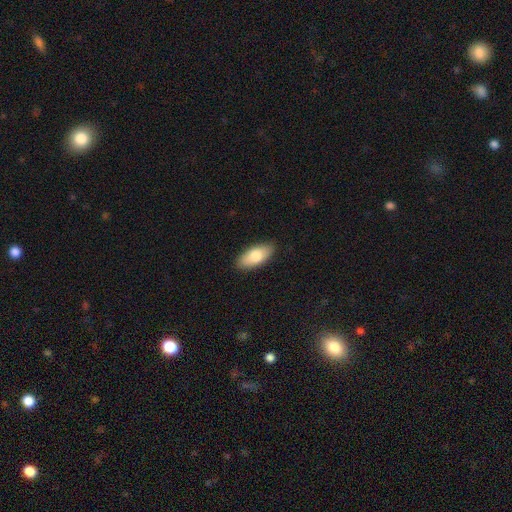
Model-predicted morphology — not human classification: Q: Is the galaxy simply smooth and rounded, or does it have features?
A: smooth — 78%.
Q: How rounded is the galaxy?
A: in between — 89%.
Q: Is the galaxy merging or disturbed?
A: none — 88%.